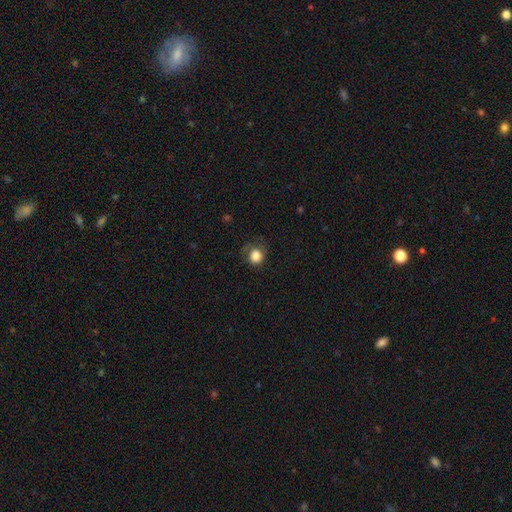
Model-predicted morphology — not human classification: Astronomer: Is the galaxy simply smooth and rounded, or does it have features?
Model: smooth — 84%.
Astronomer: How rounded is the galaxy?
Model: round — 83%.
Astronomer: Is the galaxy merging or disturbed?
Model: none — 64%.